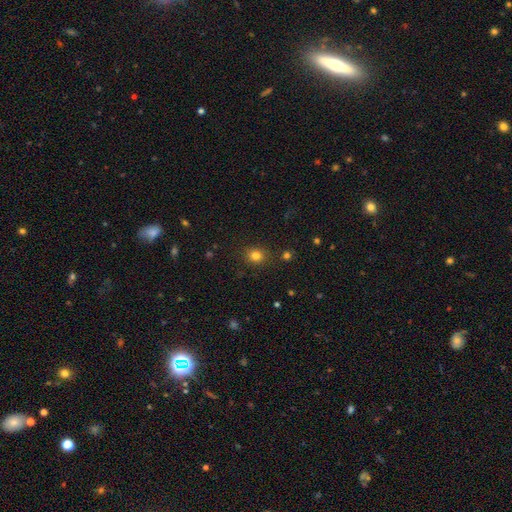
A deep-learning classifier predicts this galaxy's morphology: Q: Smooth or featured?
A: smooth (80%); runner-up: star or artifact (14%)
Q: How rounded?
A: round (74%); runner-up: in between (25%)
Q: Merging?
A: none (86%); runner-up: minor disturbance (9%)